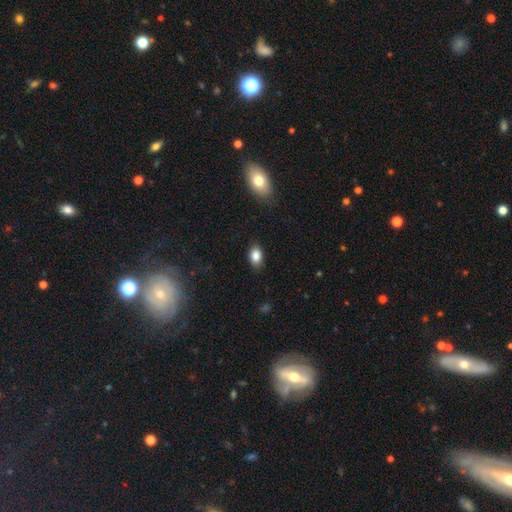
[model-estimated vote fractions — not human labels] This appears to be a smooth galaxy with no disk features (84%) that is in between round and cigar-shaped (84%). Merging: none (86%).